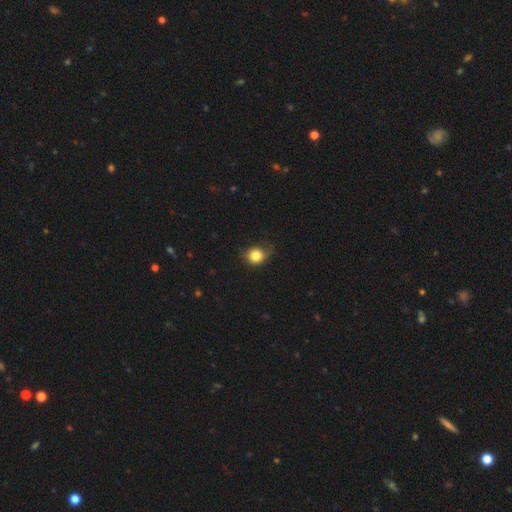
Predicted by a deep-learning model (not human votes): smooth-or-featured: smooth: 82% | star or artifact: 10% | featured or disk: 8%
  how-rounded: round: 78% | in between: 22% | cigar-shaped: 1%
  merging: none: 60% | minor disturbance: 30% | major disturbance: 8% | merger: 1%